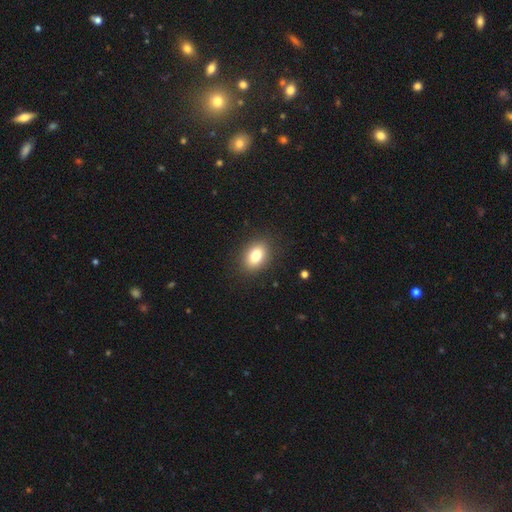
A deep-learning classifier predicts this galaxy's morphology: Smooth or featured?
  - smooth: 81% *
  - featured or disk: 9%
  - star or artifact: 9%
How rounded?
  - in between: 79% *
  - round: 20%
  - cigar-shaped: 1%
Merging?
  - none: 88% *
  - minor disturbance: 8%
  - major disturbance: 3%
  - merger: 1%